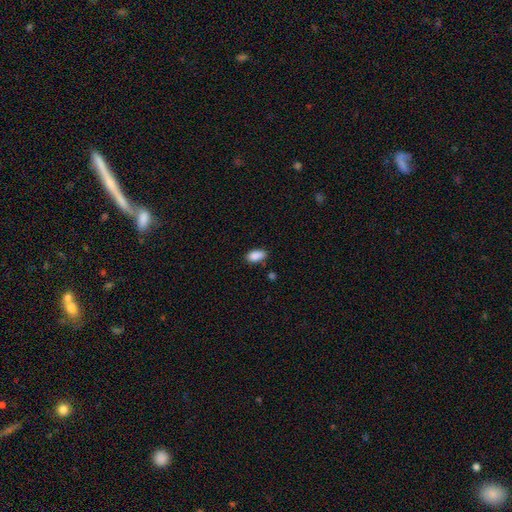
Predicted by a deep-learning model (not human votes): Morphology: type=smooth (89%); roundness=in between (92%); merging=none (78%).